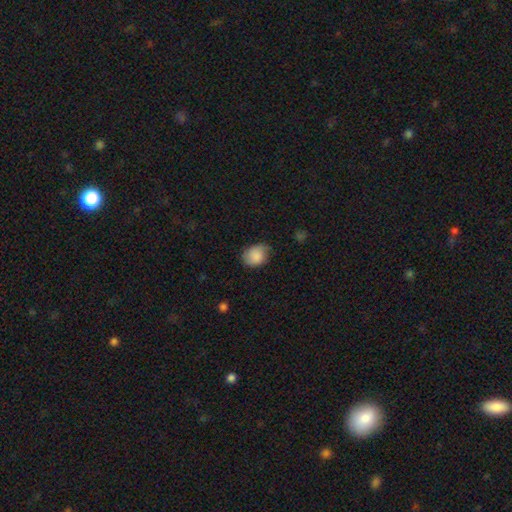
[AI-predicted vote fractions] Smooth or featured?
  - smooth: 82% *
  - featured or disk: 11%
  - star or artifact: 8%
How rounded?
  - round: 50% *
  - in between: 49%
  - cigar-shaped: 1%
Merging?
  - none: 63% *
  - minor disturbance: 29%
  - major disturbance: 7%
  - merger: 1%